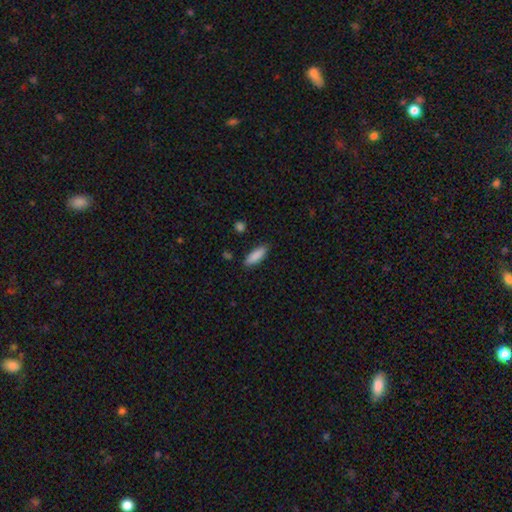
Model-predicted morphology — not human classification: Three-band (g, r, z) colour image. It shows a smooth galaxy with no disk features (88%) that is in between round and cigar-shaped (62%). Merging: none (84%).